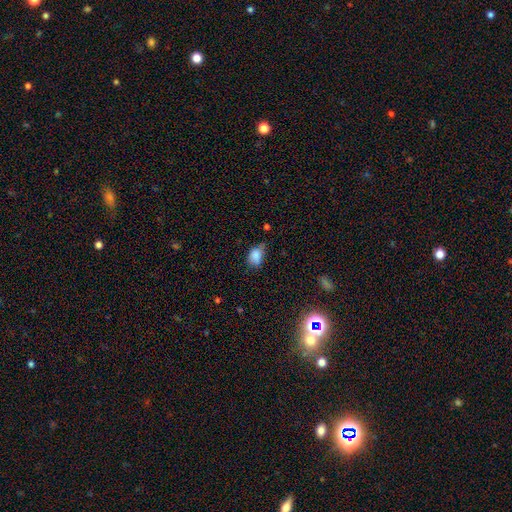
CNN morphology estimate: smooth-or-featured: smooth: 82% | star or artifact: 10% | featured or disk: 8%
  how-rounded: in between: 79% | round: 19% | cigar-shaped: 2%
  merging: none: 42% (tied) | minor disturbance: 42% (tied) | major disturbance: 12% | merger: 4%